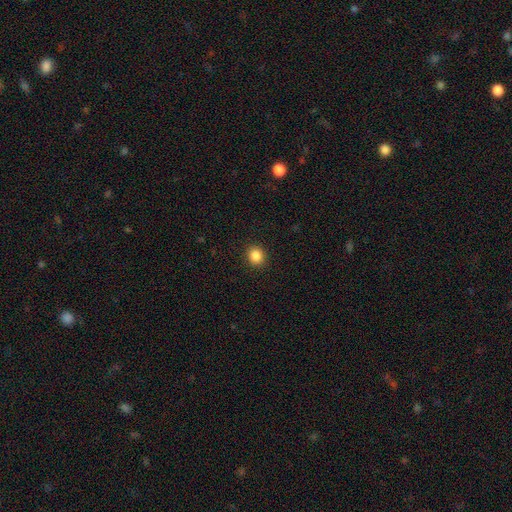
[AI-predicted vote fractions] Smooth or featured? smooth (87%)
How rounded? round (79%)
Merging? none (91%)